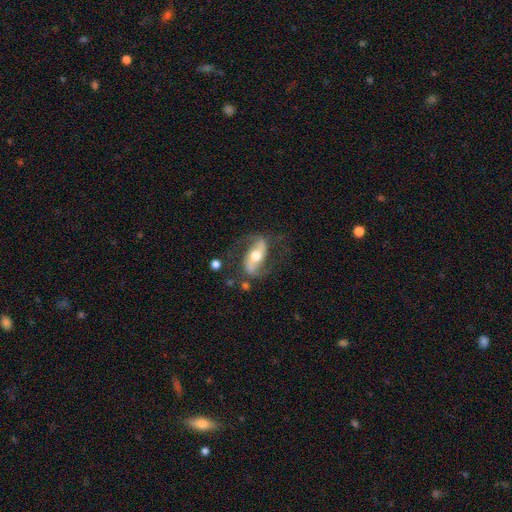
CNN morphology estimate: Smooth or featured? featured or disk (75%)
Edge-on disk? no (89%)
Bar? strong (42%)
Spiral arms? yes (87%)
Spiral winding? loose (52%)
Spiral arm count? 2 (90%)
Bulge size? moderate (70%)
Merging? none (67%)